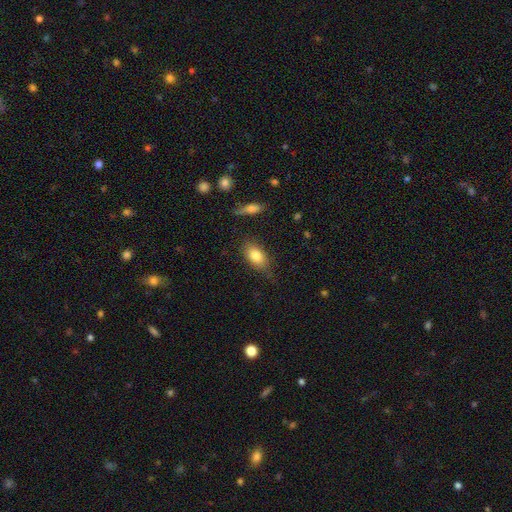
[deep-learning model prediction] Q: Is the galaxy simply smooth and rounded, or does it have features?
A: smooth — 82%.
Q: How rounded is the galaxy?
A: in between — 87%.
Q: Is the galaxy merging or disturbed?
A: none — 72%.